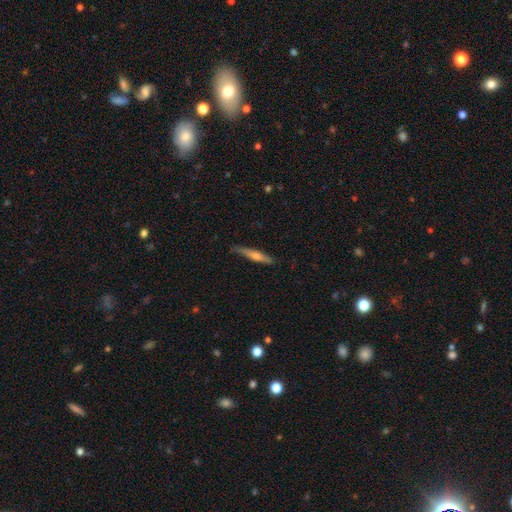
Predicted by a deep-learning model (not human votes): Morphology: type=featured or disk (52%); edge-on=yes (95%); merging=none (79%).